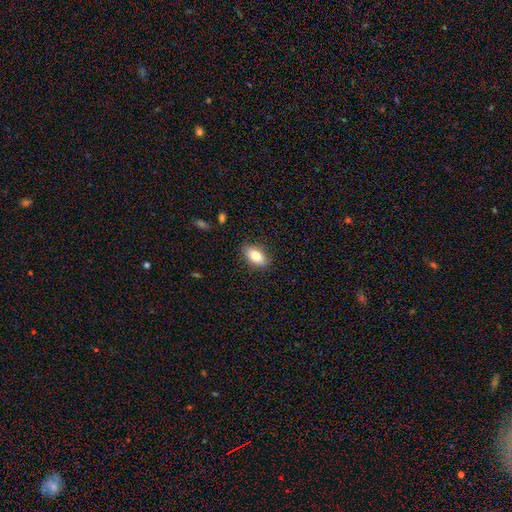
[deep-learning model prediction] Smooth or featured? Predicted: smooth (p=0.78). How rounded? Predicted: in between (p=0.88). Merging? Predicted: none (p=0.86).